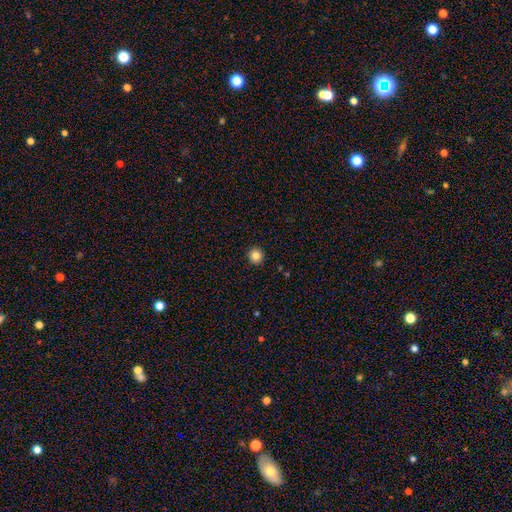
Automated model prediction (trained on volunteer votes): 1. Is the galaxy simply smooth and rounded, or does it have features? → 84% smooth, 11% star or artifact, 5% featured or disk.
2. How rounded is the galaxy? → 95% round, 4% in between, 1% cigar-shaped.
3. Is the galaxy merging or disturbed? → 93% none, 4% minor disturbance, 2% major disturbance, 1% merger.